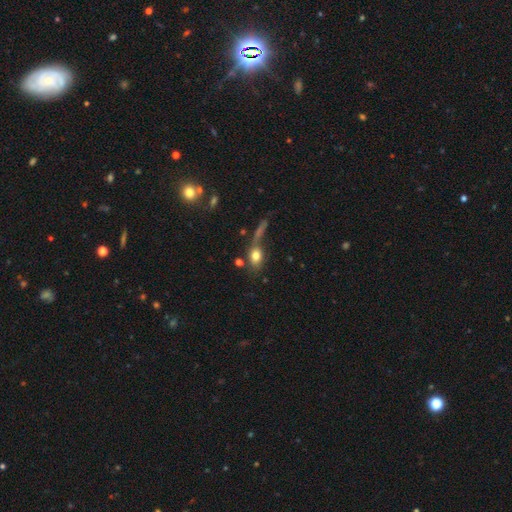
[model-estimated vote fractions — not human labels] This is likely a smooth galaxy (76%). How rounded: likely in between (71%). Merging: possibly none (54%).